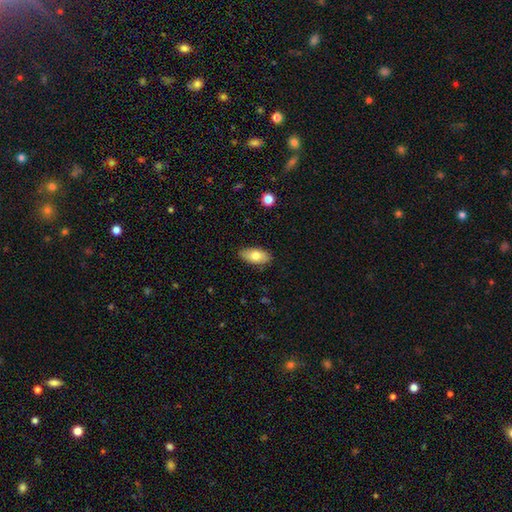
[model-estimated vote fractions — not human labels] Smooth or featured?
  - smooth: 77% *
  - featured or disk: 17%
  - star or artifact: 7%
How rounded?
  - in between: 90% *
  - cigar-shaped: 7%
  - round: 3%
Merging?
  - none: 86% *
  - minor disturbance: 11%
  - major disturbance: 2%
  - merger: 1%